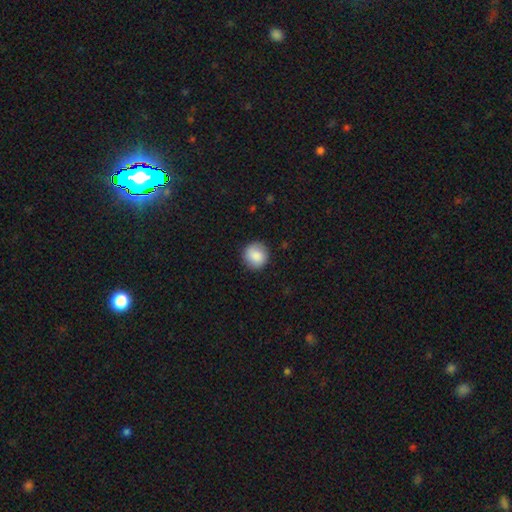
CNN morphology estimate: Smooth or featured?
  - smooth: 87% *
  - star or artifact: 7%
  - featured or disk: 6%
How rounded?
  - round: 93% *
  - in between: 6%
  - cigar-shaped: 1%
Merging?
  - none: 88% *
  - minor disturbance: 9%
  - major disturbance: 2%
  - merger: 1%